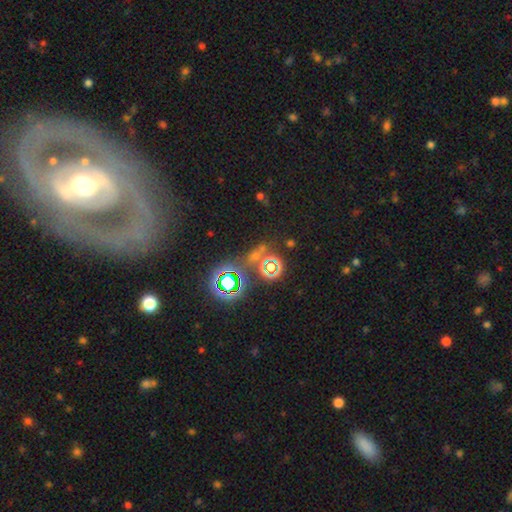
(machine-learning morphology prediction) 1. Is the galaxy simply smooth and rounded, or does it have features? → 69% star or artifact, 21% smooth, 10% featured or disk.